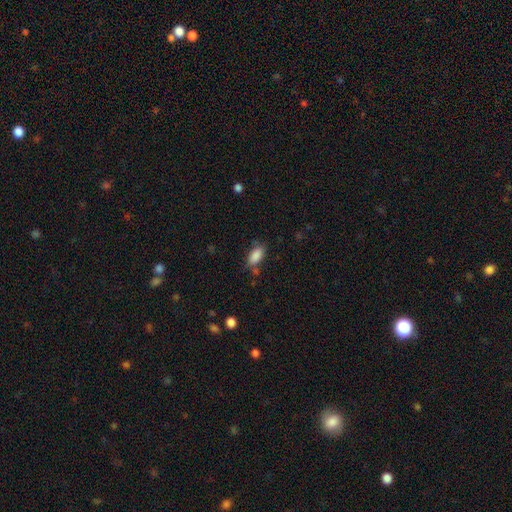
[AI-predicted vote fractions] A smooth galaxy with no disk features (87%) that is in between round and cigar-shaped (89%).

Vote fractions:
- Smooth or featured? smooth: 87% / star or artifact: 8% / featured or disk: 6%
- How rounded? in between: 89% / cigar-shaped: 7% / round: 3%
- Merging? none: 70% / minor disturbance: 19% / major disturbance: 6% / merger: 5%